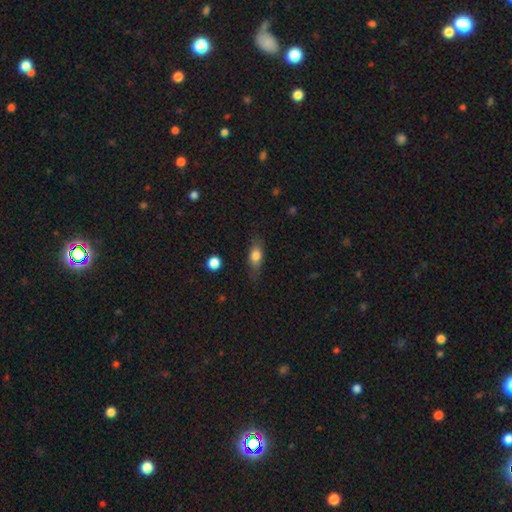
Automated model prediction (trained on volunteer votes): A smooth galaxy with no disk features (72%) that is in between round and cigar-shaped (68%).

Vote fractions:
- Smooth or featured? smooth: 72% / featured or disk: 19% / star or artifact: 8%
- How rounded? in between: 68% / cigar-shaped: 23% / round: 9%
- Merging? none: 72% / minor disturbance: 20% / major disturbance: 6% / merger: 2%